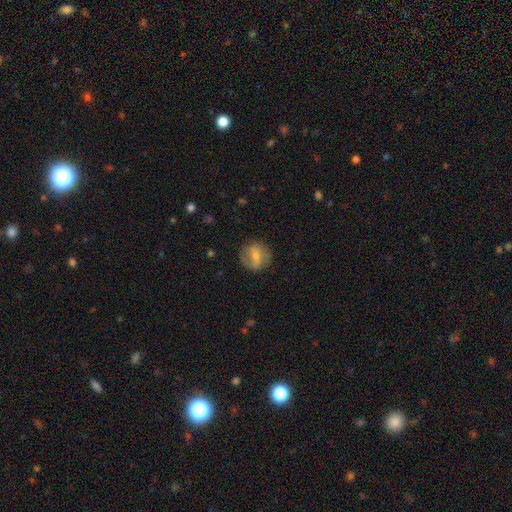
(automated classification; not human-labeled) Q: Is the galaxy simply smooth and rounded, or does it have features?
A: featured or disk — 62%.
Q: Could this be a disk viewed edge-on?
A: no — 96%.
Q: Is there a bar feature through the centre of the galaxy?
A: weak — 47%.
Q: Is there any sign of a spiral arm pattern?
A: yes — 80%.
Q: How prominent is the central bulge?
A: small — 50%.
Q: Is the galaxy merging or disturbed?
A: none — 79%.